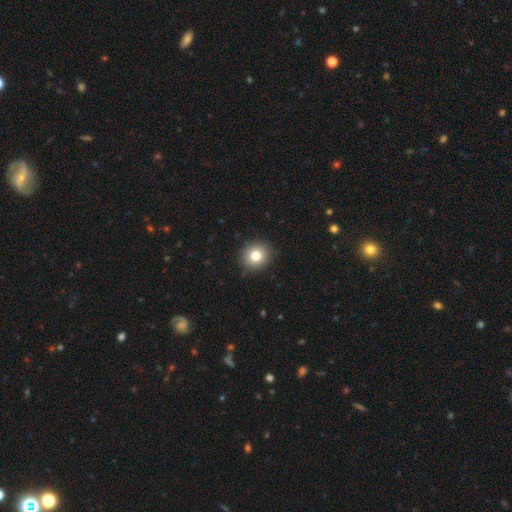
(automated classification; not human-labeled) Q: Smooth or featured?
A: smooth (80%); runner-up: star or artifact (11%)
Q: How rounded?
A: round (84%); runner-up: in between (15%)
Q: Merging?
A: none (89%); runner-up: minor disturbance (8%)